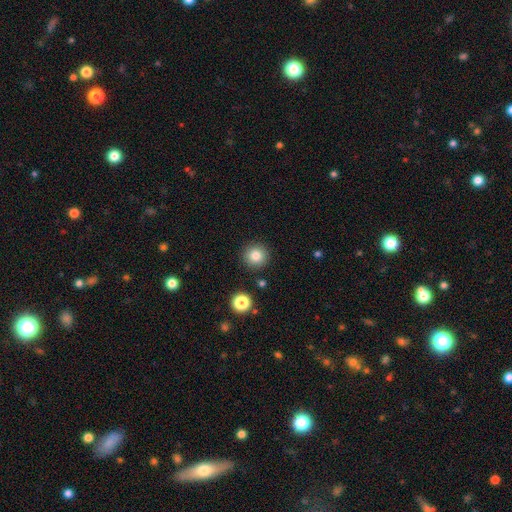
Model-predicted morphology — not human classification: The model was most divided on "smooth or featured": smooth: 83%, star or artifact: 11%, featured or disk: 7%. More confident: how rounded — round (95%); merging — none (89%).